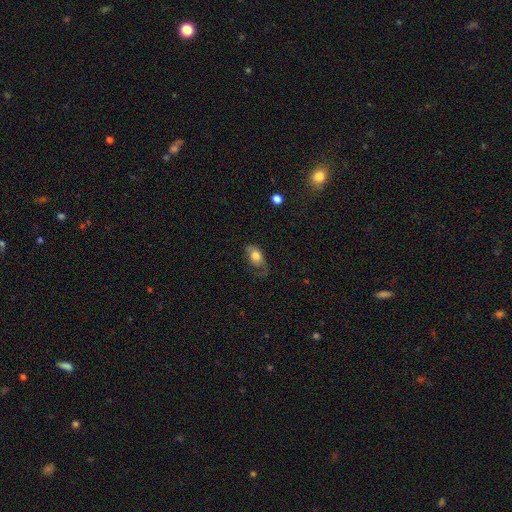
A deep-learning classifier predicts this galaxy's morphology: Smooth or featured? Predicted: smooth (p=0.70). How rounded? Predicted: in between (p=0.82). Merging? Predicted: none (p=0.42).